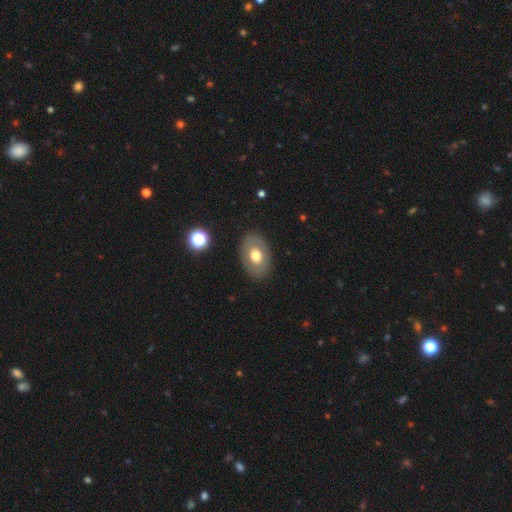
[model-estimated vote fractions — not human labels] This appears to be a smooth galaxy with no disk features (58%) that is in between round and cigar-shaped (78%). Merging: none (86%).